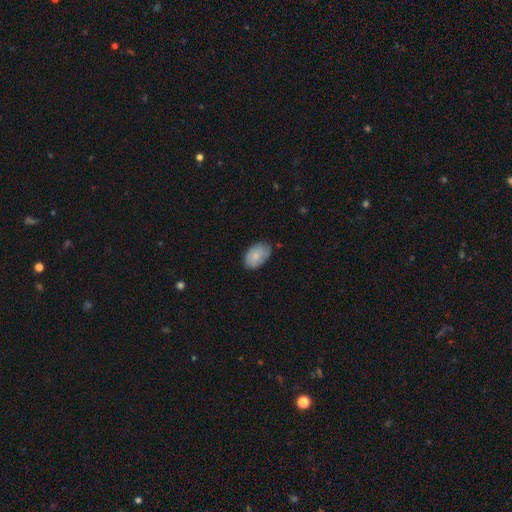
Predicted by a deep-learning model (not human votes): A smooth galaxy with no disk features (79%) that is in between round and cigar-shaped (91%). Merging: none (71%).